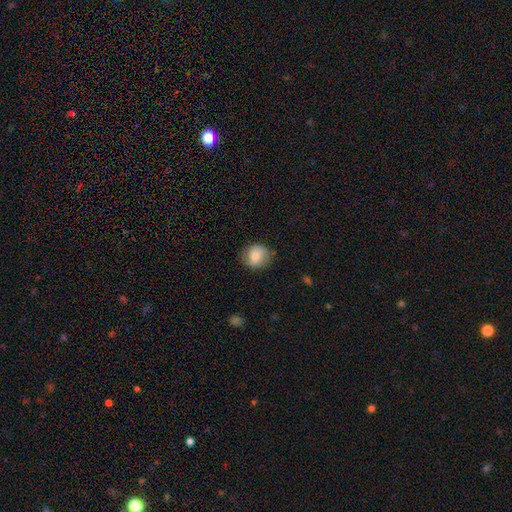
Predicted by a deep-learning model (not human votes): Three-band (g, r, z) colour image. It shows a smooth galaxy with no disk features (74%) that is round (77%). Merging: none (76%).